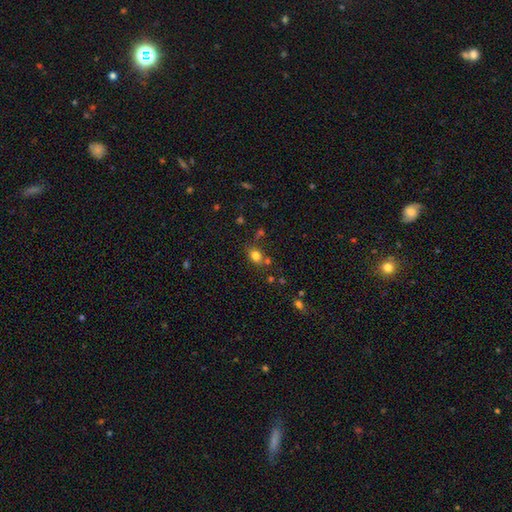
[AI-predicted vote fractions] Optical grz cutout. It shows a smooth galaxy with no disk features (78%) that is in between round and cigar-shaped (54%). Merging: none (67%).